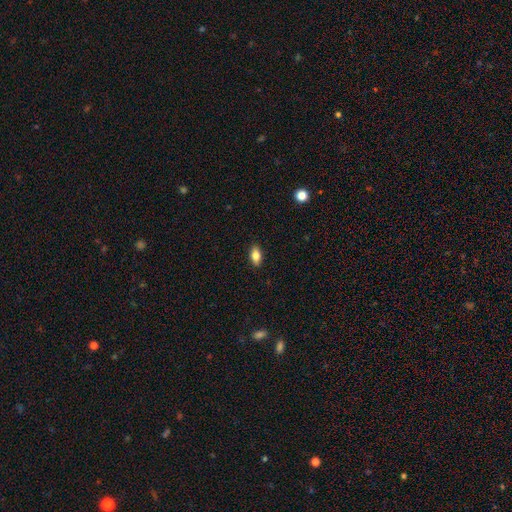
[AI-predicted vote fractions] The model was most divided on "smooth or featured": smooth: 81%, featured or disk: 11%, star or artifact: 8%. More confident: merging — none (89%); how rounded — in between (88%).